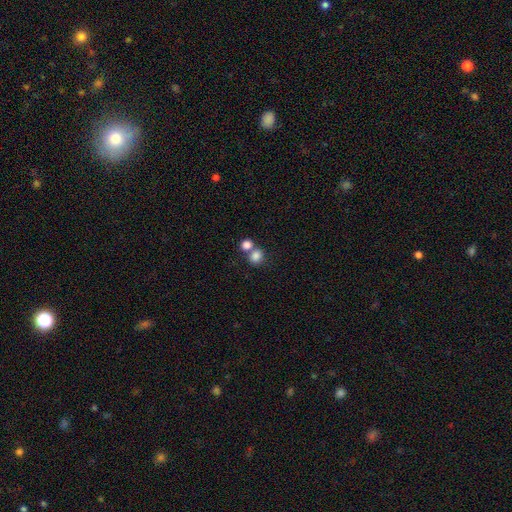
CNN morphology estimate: smooth-or-featured: smooth: 82% | star or artifact: 11% | featured or disk: 7%
  how-rounded: round: 68% | in between: 31% | cigar-shaped: 1%
  merging: merger: 45% | none: 43% | minor disturbance: 8% | major disturbance: 4%